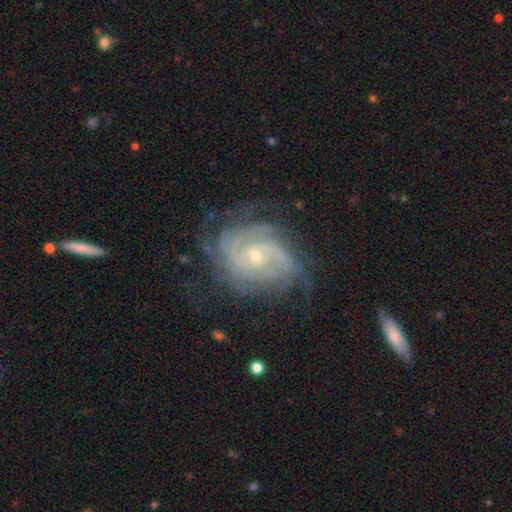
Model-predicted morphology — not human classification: Smooth or featured?
  - featured or disk: 89% *
  - star or artifact: 6%
  - smooth: 5%
Edge-on disk?
  - no: 97% *
  - yes: 3%
Bar?
  - no: 70% *
  - weak: 23%
  - strong: 7%
Spiral arms?
  - yes: 97% *
  - no: 3%
Spiral winding?
  - tight: 72% *
  - medium: 24%
  - loose: 5%
Spiral arm count?
  - can't tell: 26% *
  - 3: 20%
  - 4: 19%
  - 2: 18%
  - more than 4: 9%
  - 1: 7%
Bulge size?
  - small: 72% *
  - moderate: 25%
  - large: 1%
  - none: 1%
  - dominant: 1%
Merging?
  - none: 69% *
  - minor disturbance: 20%
  - major disturbance: 10%
  - merger: 1%